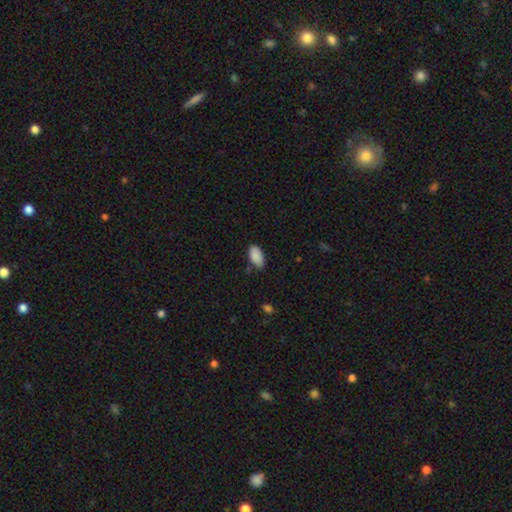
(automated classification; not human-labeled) Smooth or featured?
  - smooth: 89% *
  - star or artifact: 7%
  - featured or disk: 4%
How rounded?
  - in between: 94% *
  - round: 3%
  - cigar-shaped: 2%
Merging?
  - none: 76% *
  - minor disturbance: 19%
  - major disturbance: 3%
  - merger: 2%